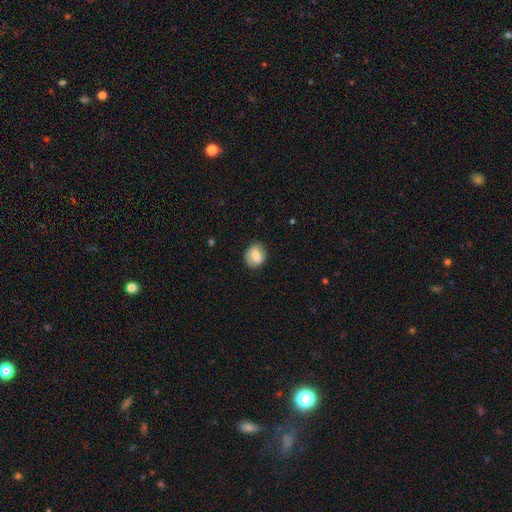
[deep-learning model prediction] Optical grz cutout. It shows a smooth galaxy with no disk features (70%) that is round (66%). Merging: none (79%).